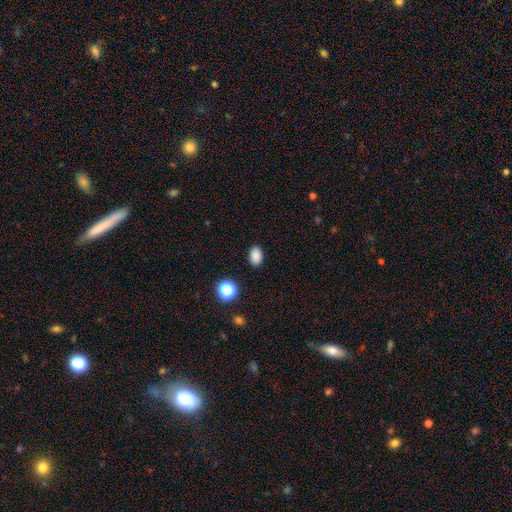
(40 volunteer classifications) Q: Smooth or featured?
A: smooth (88%); runner-up: star or artifact (8%)
Q: How rounded?
A: in between (80%); runner-up: round (20%)
Q: Merging?
A: none (100%)